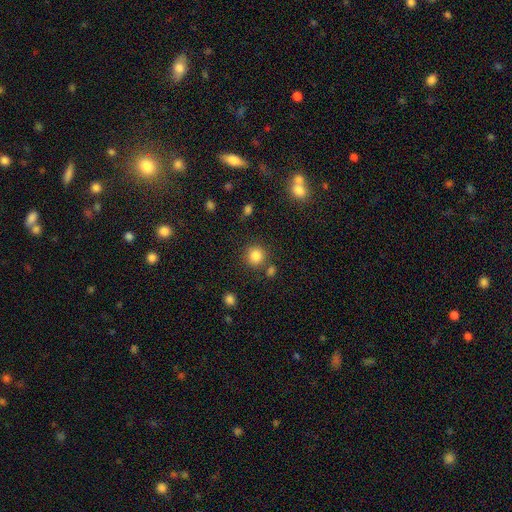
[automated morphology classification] smooth_or_featured: smooth (p=0.84) [alt: star or artifact p=0.11]
how_rounded: round (p=0.92) [alt: in between p=0.07]
merging: none (p=0.81) [alt: minor disturbance p=0.08]